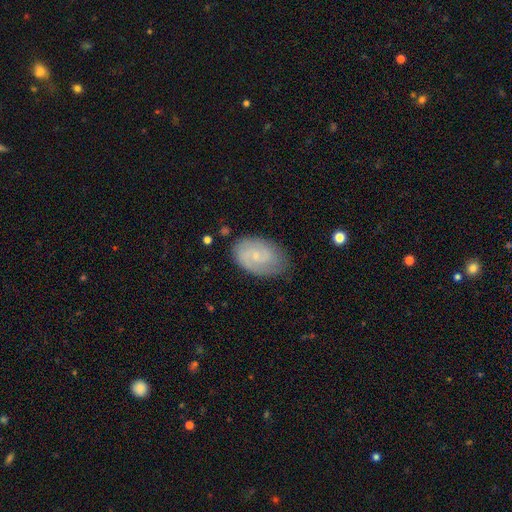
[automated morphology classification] The model was most divided on "spiral winding": tight: 49%, medium: 39%, loose: 13%. More confident: edge-on disk — no (97%); spiral arms — yes (92%); bulge size — small (74%); merging — none (73%); smooth or featured — featured or disk (68%); spiral arm count — 2 (65%); bar — no (59%).